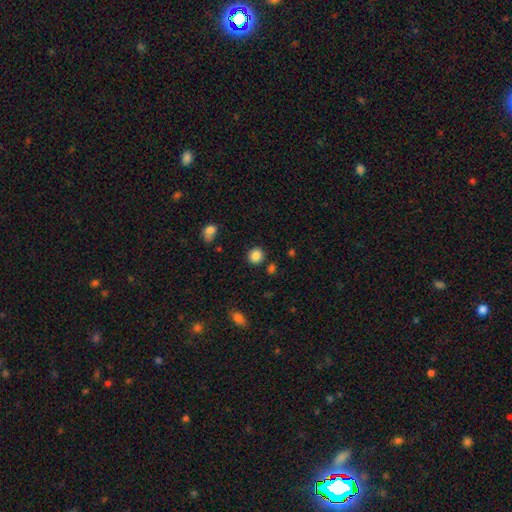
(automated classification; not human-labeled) This appears to be a smooth galaxy with no disk features (86%) that is round (83%). Merging: none (86%).